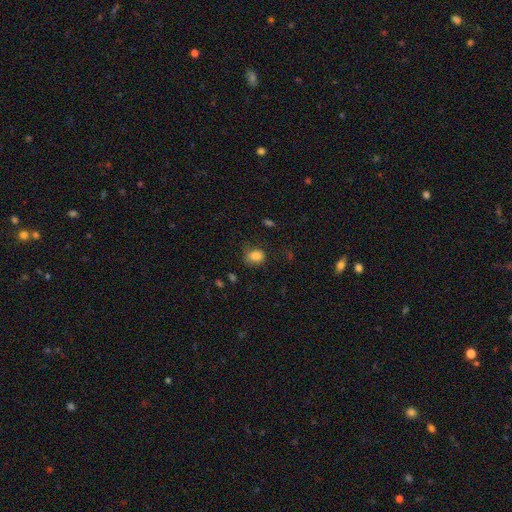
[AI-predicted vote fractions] smooth_or_featured: smooth (p=0.84) [alt: star or artifact p=0.10]
how_rounded: in between (p=0.53) [alt: round p=0.46]
merging: none (p=0.65) [alt: minor disturbance p=0.24]